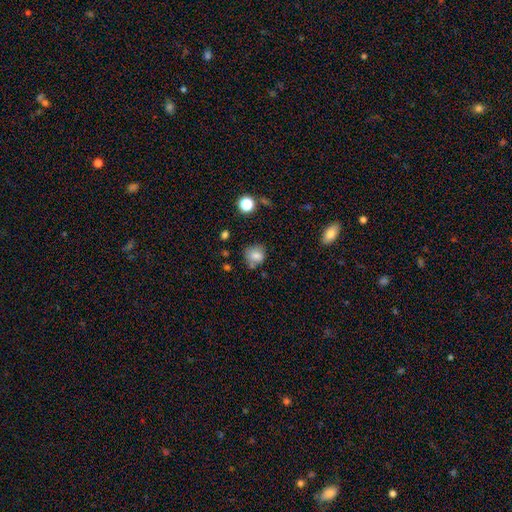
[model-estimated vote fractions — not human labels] smooth_or_featured: smooth (p=0.78) [alt: star or artifact p=0.11]
how_rounded: round (p=0.73) [alt: in between p=0.26]
merging: none (p=0.64) [alt: minor disturbance p=0.23]